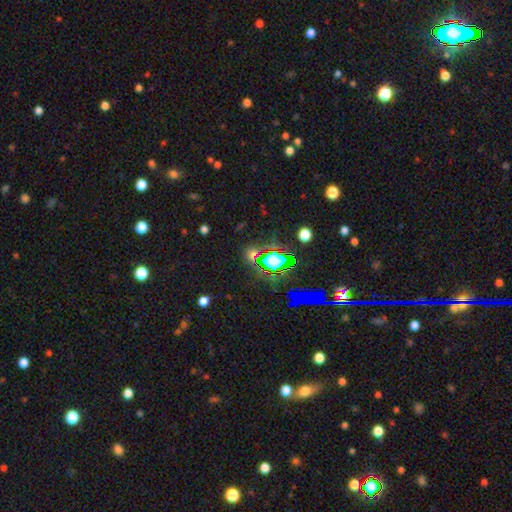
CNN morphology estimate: smooth_or_featured: star or artifact (p=0.72) [alt: smooth p=0.19]